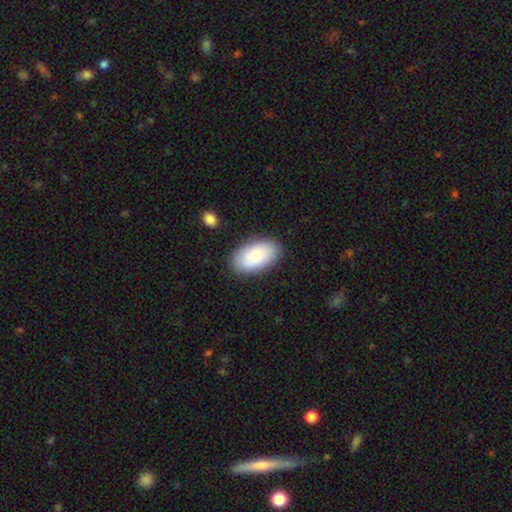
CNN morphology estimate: Overall: smooth (72%). How rounded: in between (94%). Merging: none (86%).